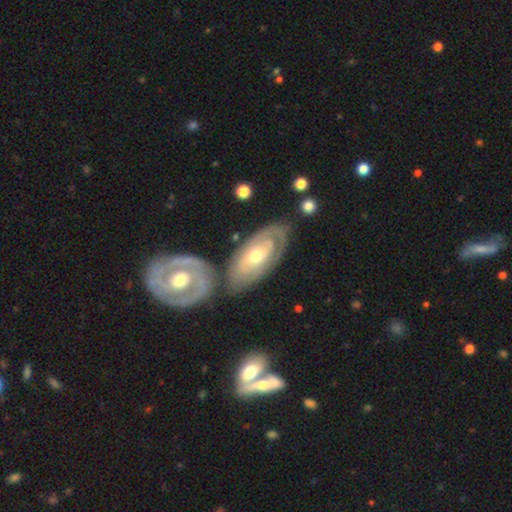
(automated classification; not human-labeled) This appears to be a featured or disk galaxy (76%) with no bar (79%), 2 (38%) tight (76%) spiral arms (78%) and a moderate central bulge (67%). Merging: none (60%).